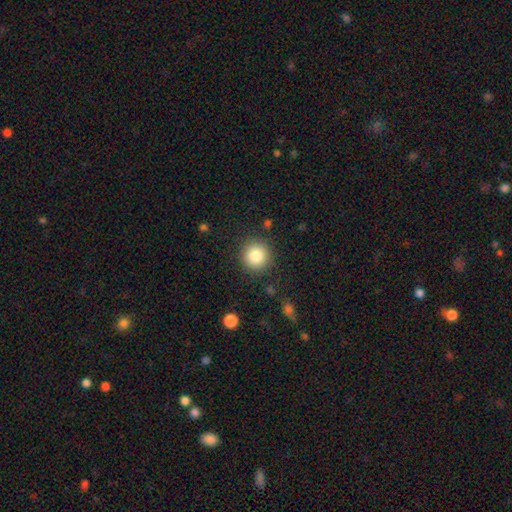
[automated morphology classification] Q: Smooth or featured?
A: smooth (83%); runner-up: star or artifact (10%)
Q: How rounded?
A: round (94%); runner-up: in between (5%)
Q: Merging?
A: none (89%); runner-up: minor disturbance (7%)